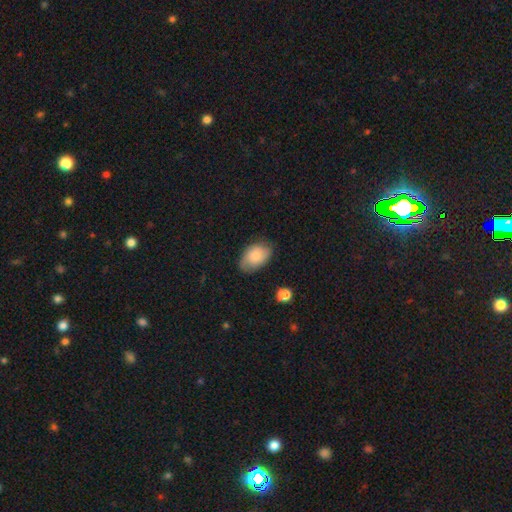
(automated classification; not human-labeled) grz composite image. It shows a smooth galaxy with no disk features (72%) that is in between round and cigar-shaped (89%). Merging: none (73%).